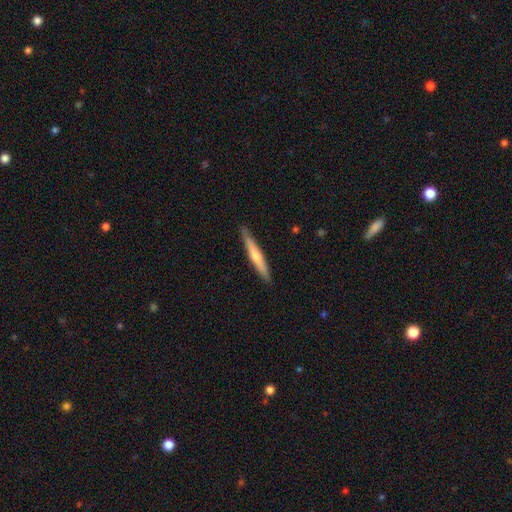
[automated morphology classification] smooth_or_featured: featured or disk (p=0.52) [alt: smooth p=0.43]
disk_edge_on: yes (p=0.96) [alt: no p=0.04]
merging: none (p=0.90) [alt: minor disturbance p=0.07]